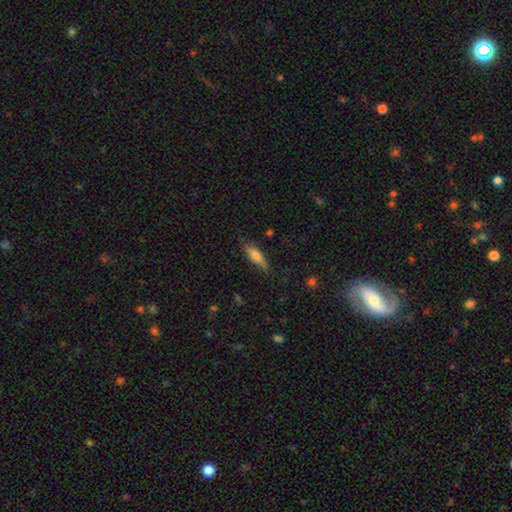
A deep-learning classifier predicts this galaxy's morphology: smooth-or-featured: smooth: 62% | featured or disk: 31% | star or artifact: 7%
  how-rounded: cigar-shaped: 64% | in between: 34% | round: 2%
  merging: none: 81% | minor disturbance: 15% | major disturbance: 3% | merger: 1%